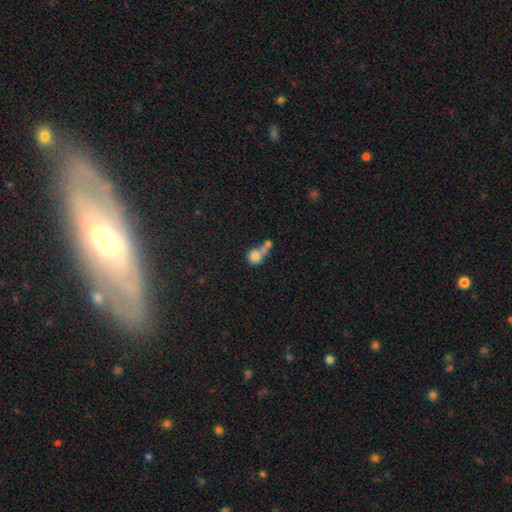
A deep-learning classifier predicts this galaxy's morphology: A smooth galaxy with no disk features (78%) that is round (84%). Merging: merger (54%).